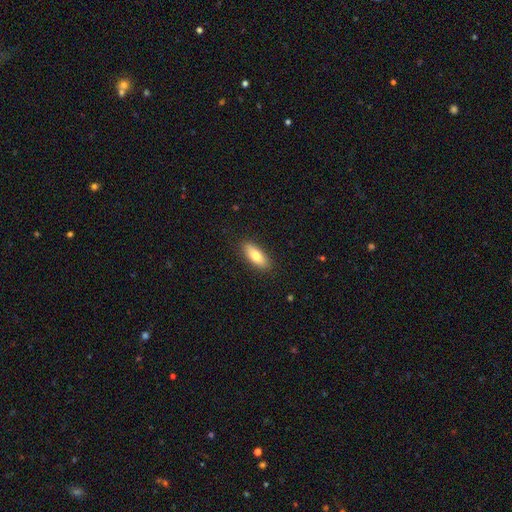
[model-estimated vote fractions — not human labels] A smooth galaxy with no disk features (76%) that is in between round and cigar-shaped (74%).

Vote fractions:
- Smooth or featured? smooth: 76% / featured or disk: 17% / star or artifact: 6%
- How rounded? in between: 74% / cigar-shaped: 23% / round: 3%
- Merging? none: 88% / minor disturbance: 9% / major disturbance: 2% / merger: 1%